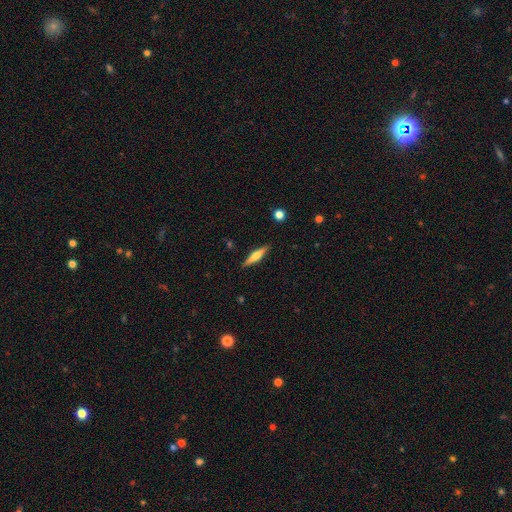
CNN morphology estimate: Smooth or featured: featured or disk — 51% (smooth — 43%)
Edge-on disk: yes — 96% (no — 4%)
Merging: none — 89% (minor disturbance — 8%)